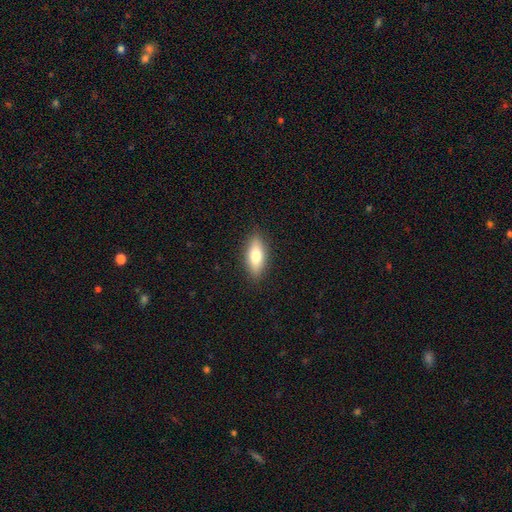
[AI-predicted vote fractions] smooth 73%, featured or disk 20%, star or artifact 7%. Down the decision tree: how rounded — in between (73%); merging — none (88%).